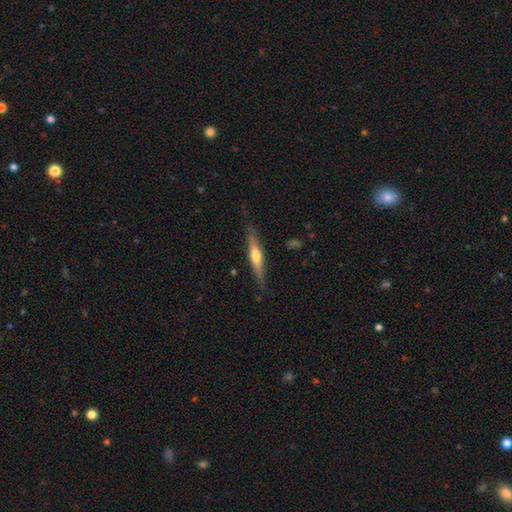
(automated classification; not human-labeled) This is possibly a featured or disk galaxy (56%). It is clearly viewed edge-on (94%). Edge-on bulge: clearly rounded (87%). Merging: clearly none (82%).